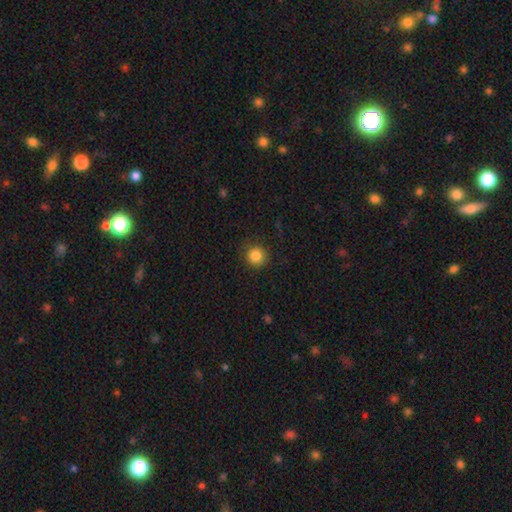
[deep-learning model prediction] Smooth or featured? smooth (85%)
How rounded? round (93%)
Merging? none (87%)